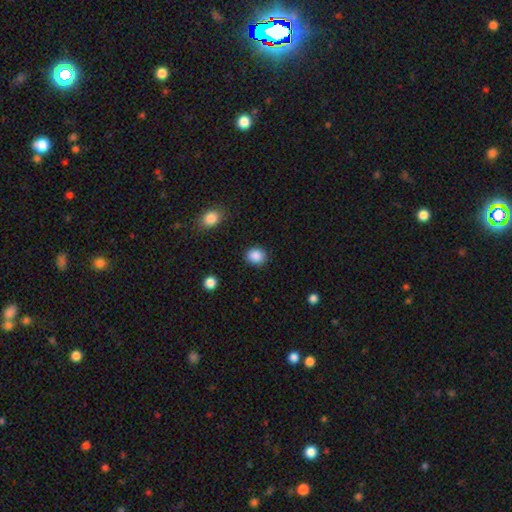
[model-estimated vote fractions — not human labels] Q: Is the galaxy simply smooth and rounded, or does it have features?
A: smooth — 88%.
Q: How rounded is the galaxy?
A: round — 65%.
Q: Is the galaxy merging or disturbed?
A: none — 88%.